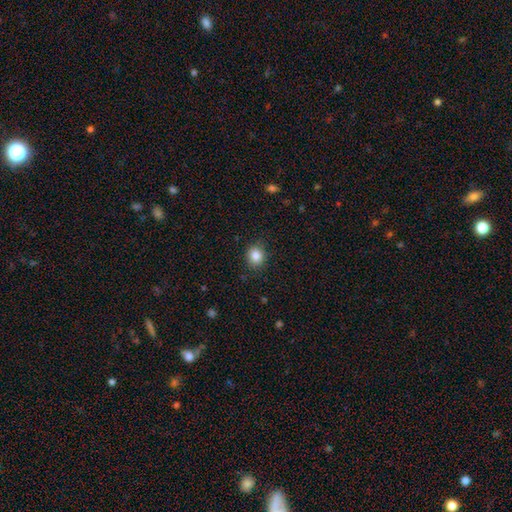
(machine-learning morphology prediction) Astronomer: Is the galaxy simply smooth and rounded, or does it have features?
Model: smooth — 85%.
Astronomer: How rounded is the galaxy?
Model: round — 72%.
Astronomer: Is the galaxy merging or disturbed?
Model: none — 85%.